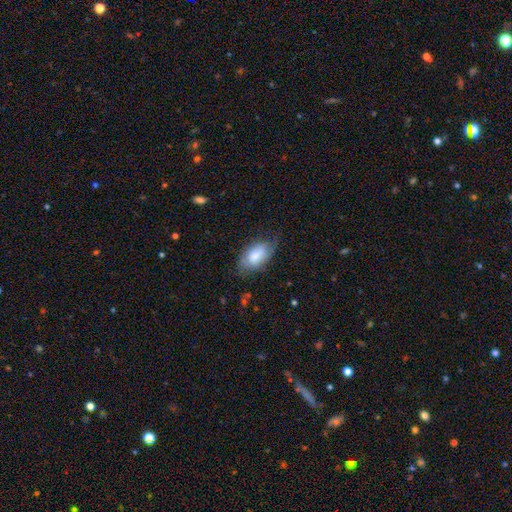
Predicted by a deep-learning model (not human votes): A smooth galaxy with no disk features (74%) that is in between round and cigar-shaped (93%). Merging: none (58%).